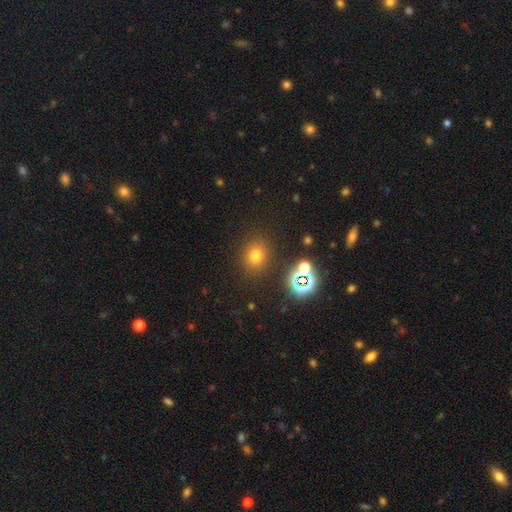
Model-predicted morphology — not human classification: Overall: smooth (70%). How rounded: round (72%). Merging: none (85%).